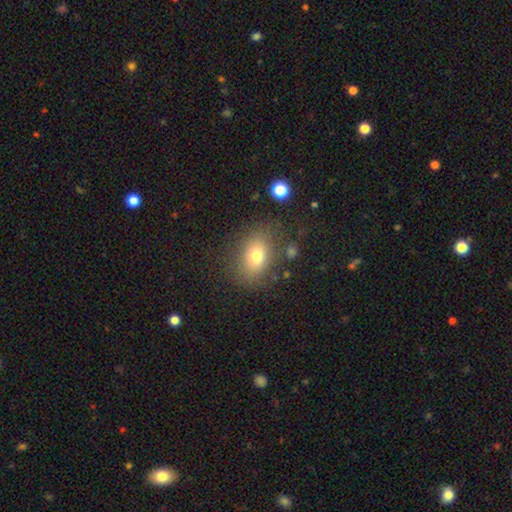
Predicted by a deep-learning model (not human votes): Morphology: type=smooth (73%); roundness=in between (68%); merging=none (76%).